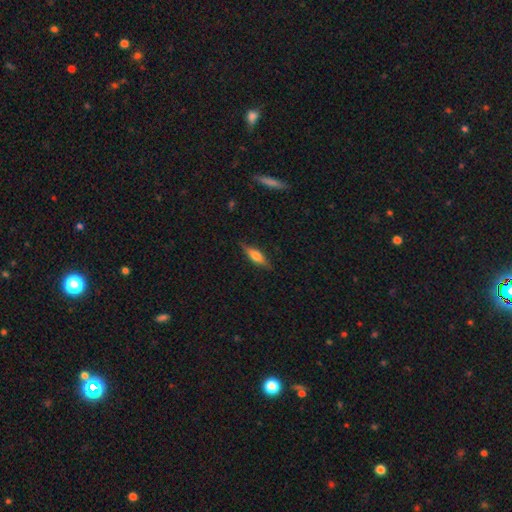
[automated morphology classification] Q: Smooth or featured?
A: featured or disk (48%); runner-up: smooth (45%)
Q: Merging?
A: none (83%); runner-up: minor disturbance (13%)